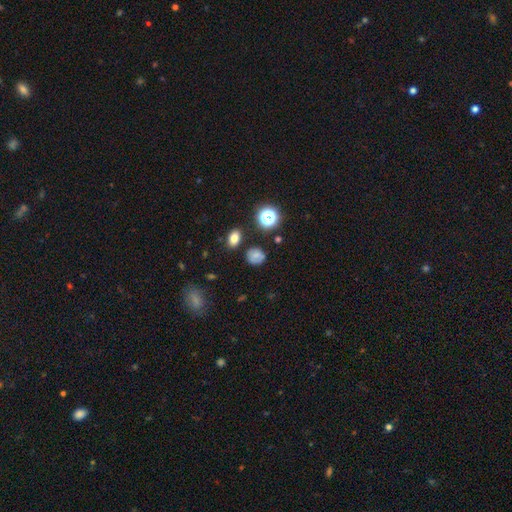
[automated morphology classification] smooth_or_featured: smooth (p=0.71) [alt: star or artifact p=0.18]
how_rounded: round (p=0.77) [alt: in between p=0.22]
merging: none (p=0.74) [alt: minor disturbance p=0.16]